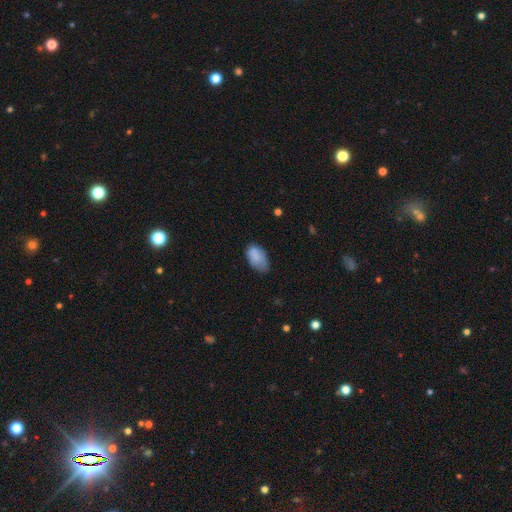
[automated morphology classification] Smooth or featured? Predicted: smooth (p=0.83). How rounded? Predicted: in between (p=0.93). Merging? Predicted: none (p=0.58).